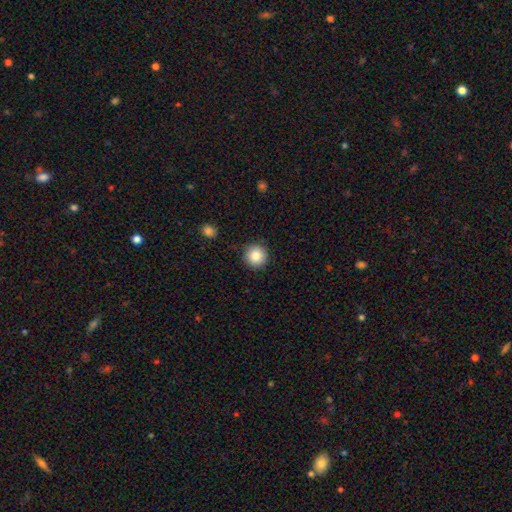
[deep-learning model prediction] This is clearly a smooth galaxy (85%). How rounded: clearly round (95%). Merging: clearly none (89%).